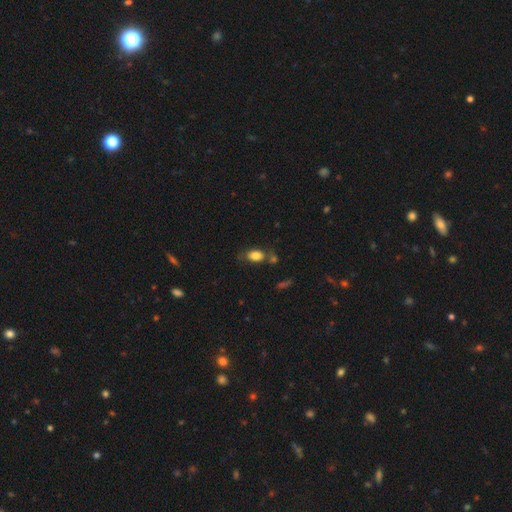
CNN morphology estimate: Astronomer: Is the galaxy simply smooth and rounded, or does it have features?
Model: smooth — 82%.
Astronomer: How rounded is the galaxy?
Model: in between — 85%.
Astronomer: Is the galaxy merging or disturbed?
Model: none — 60%.